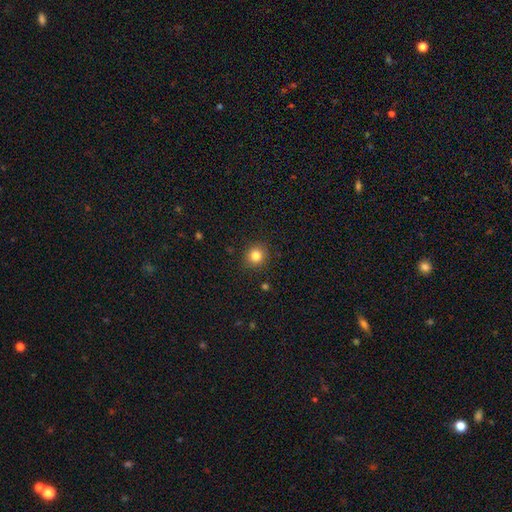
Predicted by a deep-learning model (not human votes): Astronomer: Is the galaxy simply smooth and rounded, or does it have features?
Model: smooth — 83%.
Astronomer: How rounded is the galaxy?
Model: round — 89%.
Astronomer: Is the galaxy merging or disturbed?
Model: none — 90%.